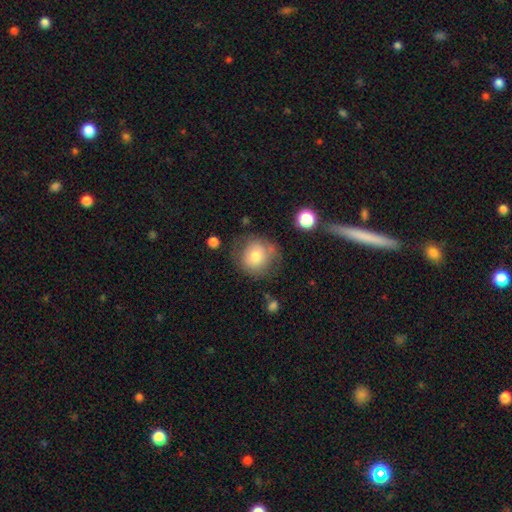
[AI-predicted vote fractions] Overall: smooth (72%). How rounded: round (85%). Merging: none (64%).